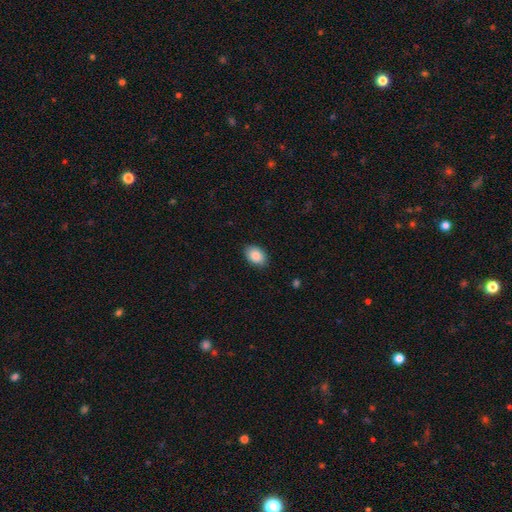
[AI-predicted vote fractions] Overall: smooth (87%). How rounded: in between (84%). Merging: none (88%).